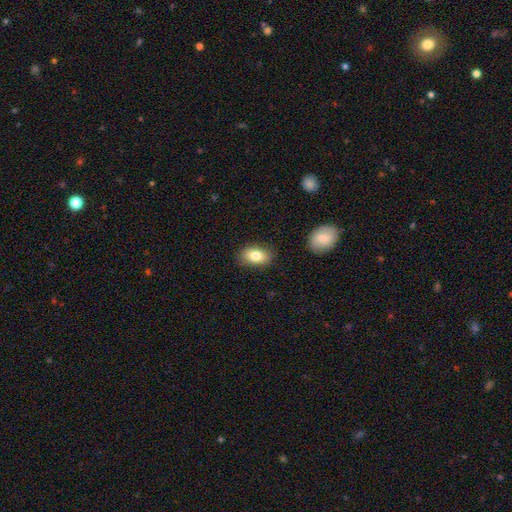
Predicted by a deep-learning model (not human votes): A smooth galaxy with no disk features (81%) that is in between round and cigar-shaped (88%). Merging: none (85%).